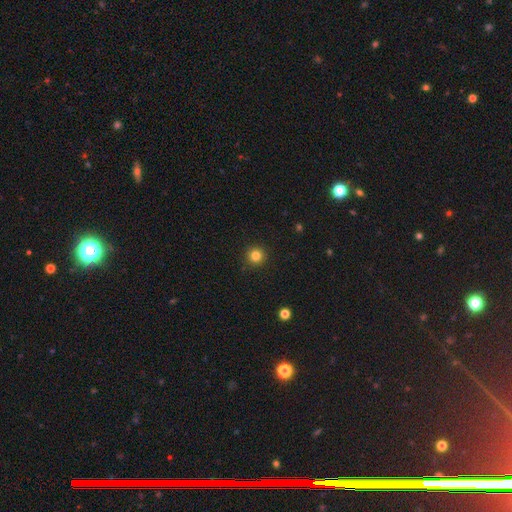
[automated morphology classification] smooth-or-featured: smooth: 83% | star or artifact: 13% | featured or disk: 5%
  how-rounded: round: 96% | in between: 3% | cigar-shaped: 1%
  merging: none: 93% | minor disturbance: 5% | major disturbance: 2% | merger: 1%